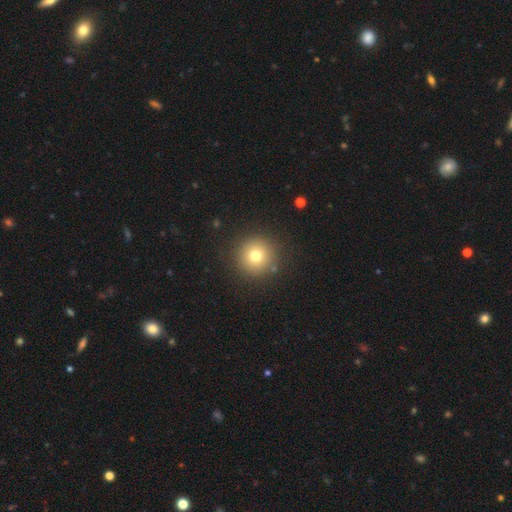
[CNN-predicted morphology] Q: Smooth or featured?
A: smooth (74%); runner-up: star or artifact (15%)
Q: How rounded?
A: round (96%); runner-up: in between (3%)
Q: Merging?
A: none (89%); runner-up: minor disturbance (6%)